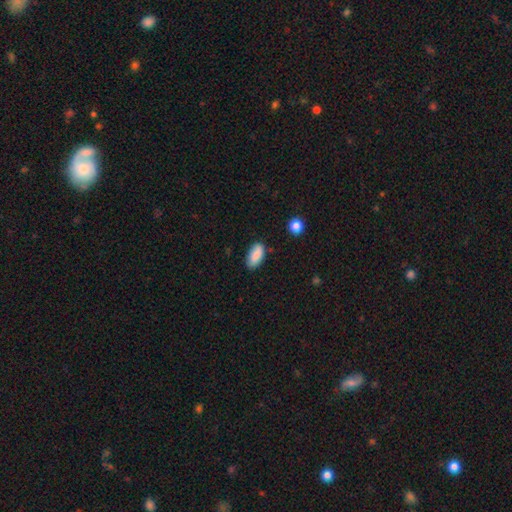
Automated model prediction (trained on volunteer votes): Smooth or featured? smooth (87%)
How rounded? in between (92%)
Merging? none (81%)